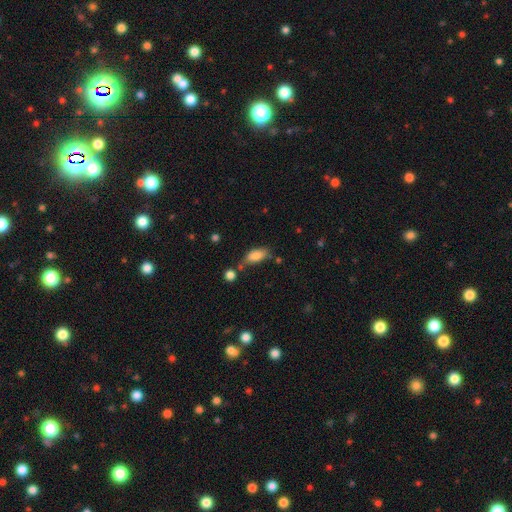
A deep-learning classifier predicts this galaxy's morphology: smooth_or_featured: smooth (p=0.83) [alt: featured or disk p=0.09]
how_rounded: in between (p=0.85) [alt: cigar-shaped p=0.12]
merging: none (p=0.57) [alt: minor disturbance p=0.23]